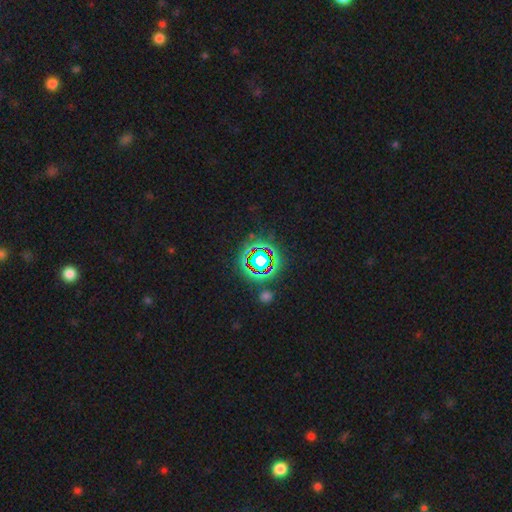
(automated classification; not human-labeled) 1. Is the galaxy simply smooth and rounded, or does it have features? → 76% star or artifact, 14% smooth, 10% featured or disk.